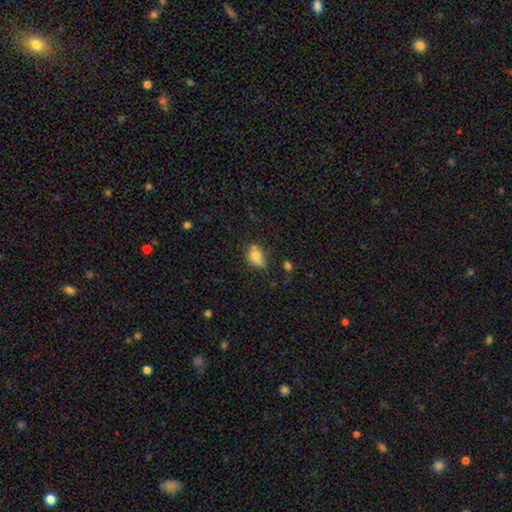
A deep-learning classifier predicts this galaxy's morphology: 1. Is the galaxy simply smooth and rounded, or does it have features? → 71% smooth, 18% featured or disk, 11% star or artifact.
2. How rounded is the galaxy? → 68% in between, 29% round, 2% cigar-shaped.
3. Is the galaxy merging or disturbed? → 49% none, 28% minor disturbance, 13% merger, 10% major disturbance.